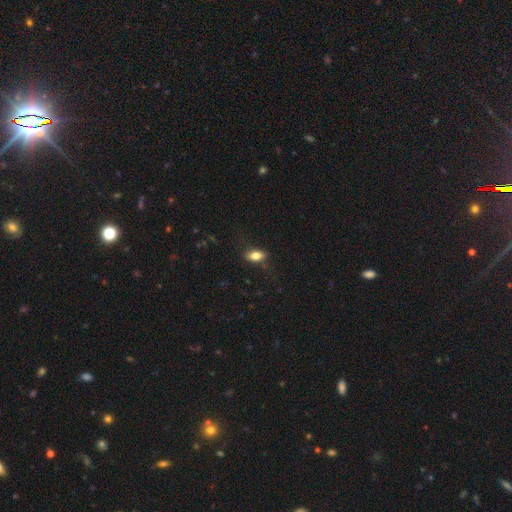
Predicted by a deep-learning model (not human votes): Morphology: type=smooth (79%); roundness=in between (84%); merging=none (82%).